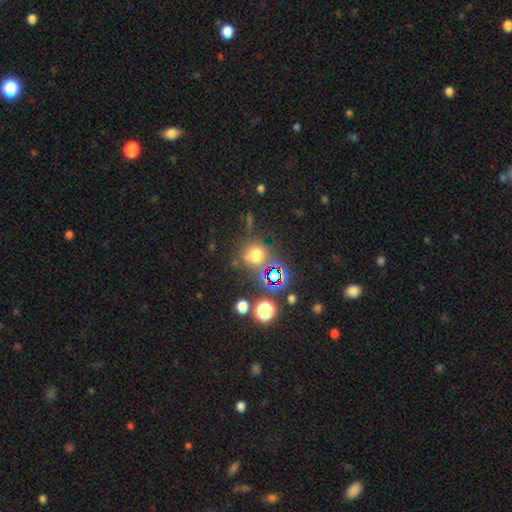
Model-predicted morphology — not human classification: This appears to be a smooth galaxy with no disk features (62%) that is round (87%). Merging: none (73%).